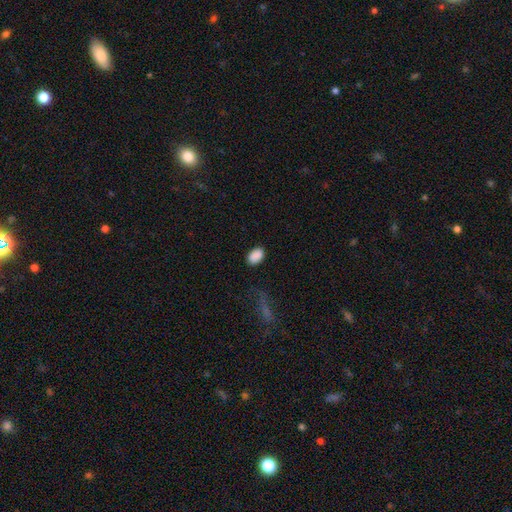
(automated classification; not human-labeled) Morphology: type=smooth (88%); roundness=in between (85%); merging=none (83%).